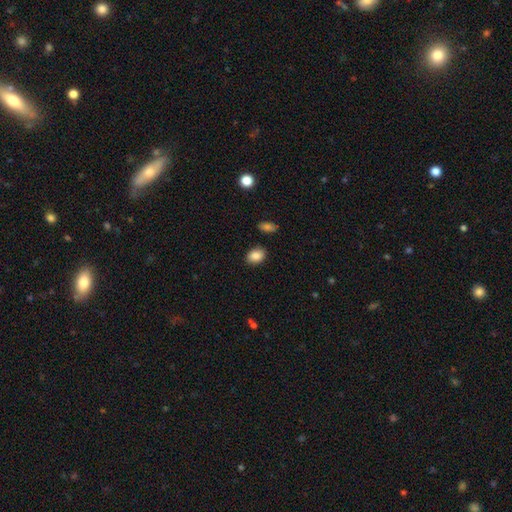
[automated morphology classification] smooth 86%, star or artifact 8%, featured or disk 6%. Down the decision tree: how rounded — in between (76%); merging — none (87%).